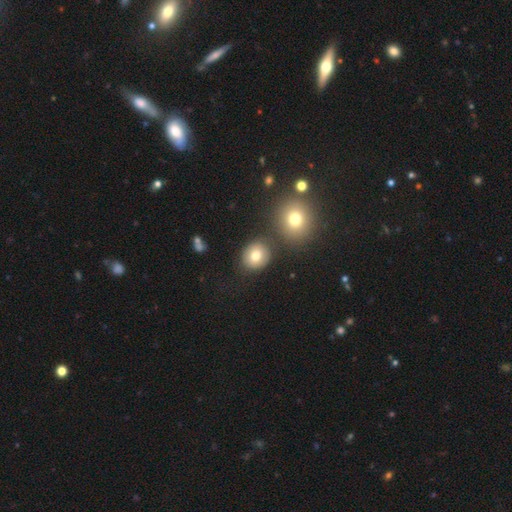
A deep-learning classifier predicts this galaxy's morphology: A smooth galaxy with no disk features (78%) that is round (73%). Merging: none (79%).